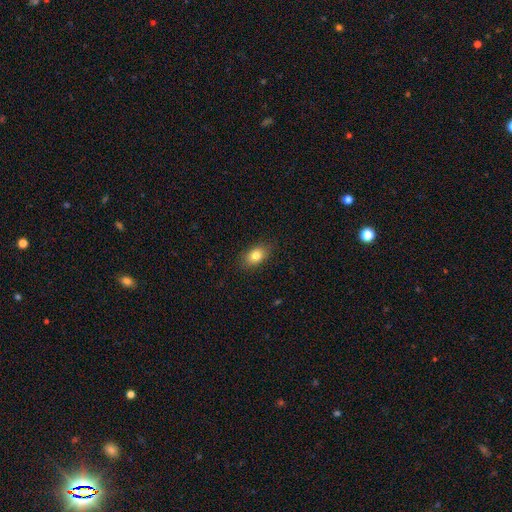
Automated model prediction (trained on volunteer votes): The model was most divided on "how rounded": in between: 82%, round: 16%, cigar-shaped: 2%. More confident: merging — none (86%); smooth or featured — smooth (82%).